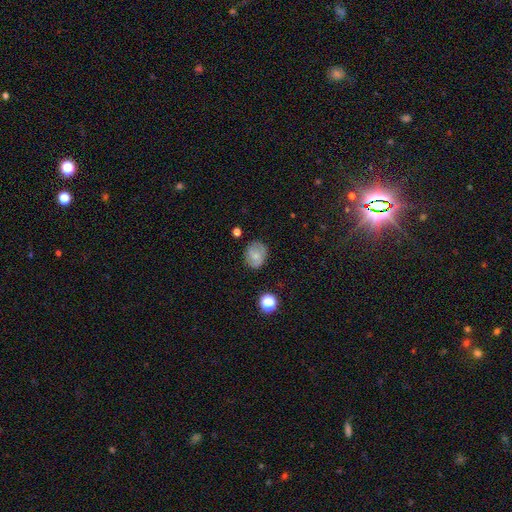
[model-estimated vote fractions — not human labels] Smooth or featured?
  - smooth: 61% *
  - featured or disk: 29%
  - star or artifact: 10%
How rounded?
  - round: 61% *
  - in between: 38%
  - cigar-shaped: 1%
Merging?
  - none: 78% *
  - minor disturbance: 16%
  - major disturbance: 4%
  - merger: 2%